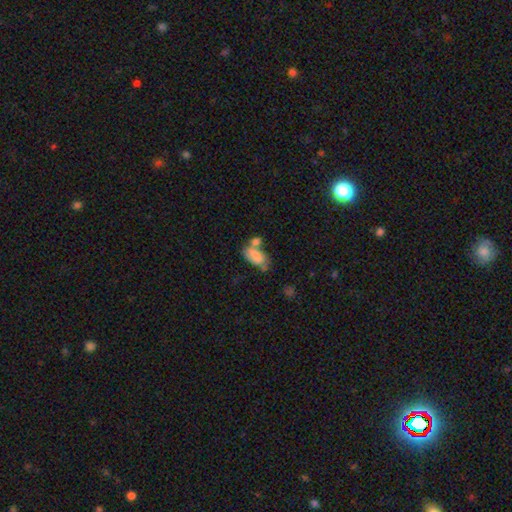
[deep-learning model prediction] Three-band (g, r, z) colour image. It shows a smooth galaxy with no disk features (76%) that is in between round and cigar-shaped (92%). Merging: merger (41%).